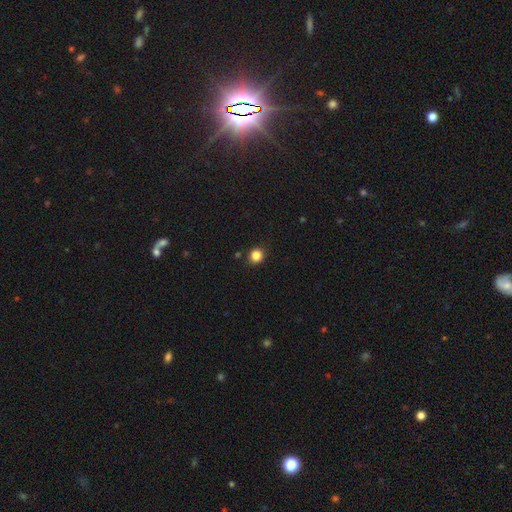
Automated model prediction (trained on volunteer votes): Q: Smooth or featured?
A: smooth (84%); runner-up: star or artifact (12%)
Q: How rounded?
A: round (87%); runner-up: in between (12%)
Q: Merging?
A: none (88%); runner-up: minor disturbance (8%)